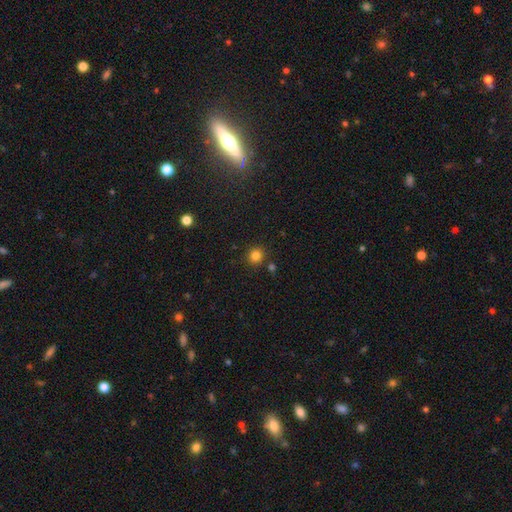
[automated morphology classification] Overall: smooth (82%). How rounded: round (89%). Merging: none (84%).